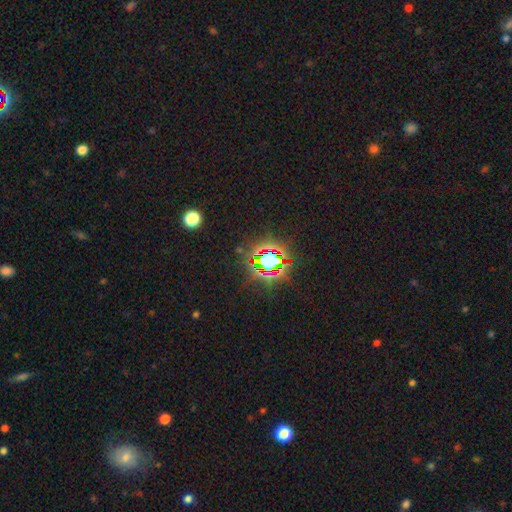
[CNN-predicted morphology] type=star or artifact (80%).